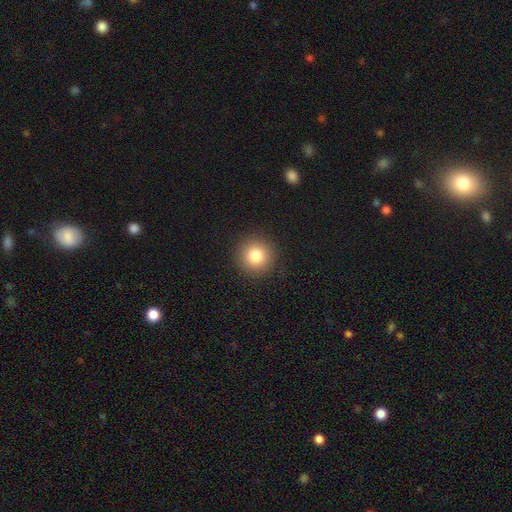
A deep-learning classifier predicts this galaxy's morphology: A smooth galaxy with no disk features (82%) that is round (95%). Merging: none (92%).